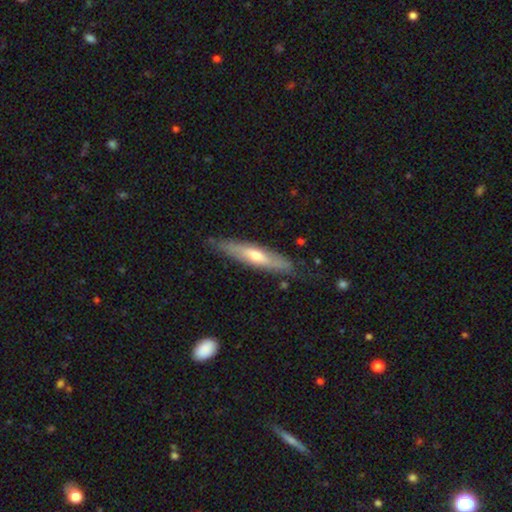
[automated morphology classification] A featured or disk galaxy (52%) viewed edge-on (79%).

Vote fractions:
- Smooth or featured? featured or disk: 52% / smooth: 42% / star or artifact: 6%
- Edge-on disk? yes: 79% / no: 21%
- Merging? none: 78% / minor disturbance: 17% / major disturbance: 3% / merger: 2%